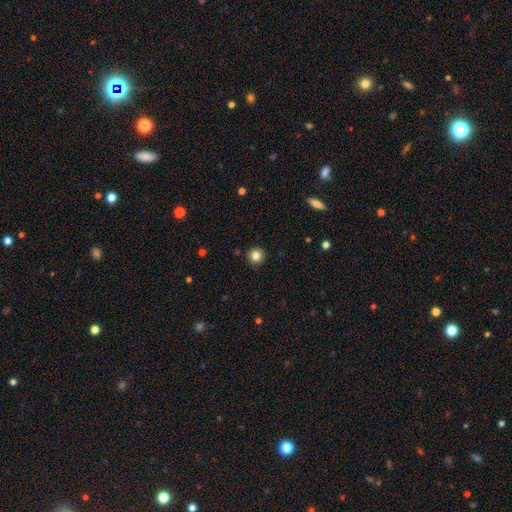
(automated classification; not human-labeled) Smooth or featured? Predicted: smooth (p=0.83). How rounded? Predicted: round (p=0.95). Merging? Predicted: none (p=0.92).